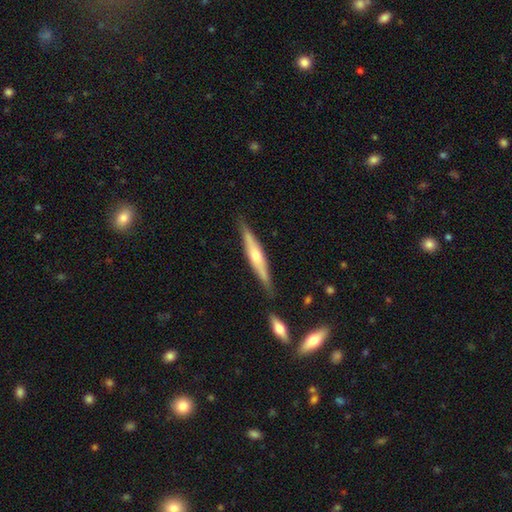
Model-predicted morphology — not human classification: The model was most divided on "smooth or featured": featured or disk: 60%, smooth: 34%, star or artifact: 6%. More confident: edge-on disk — yes (95%); merging — none (83%); edge-on bulge — rounded (78%).